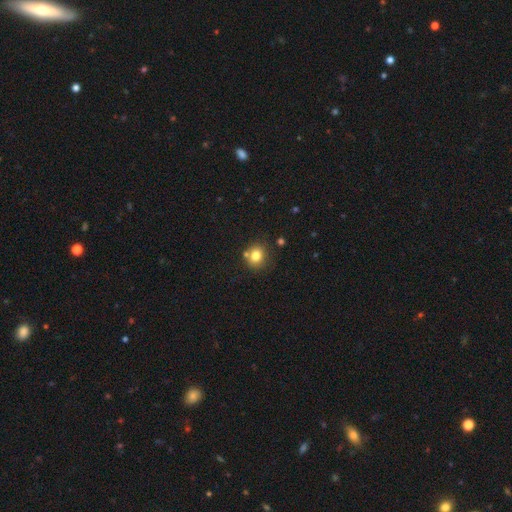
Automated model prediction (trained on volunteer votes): The model was most divided on "how rounded": round: 75%, in between: 24%, cigar-shaped: 1%. More confident: smooth or featured — smooth (80%); merging — none (72%).